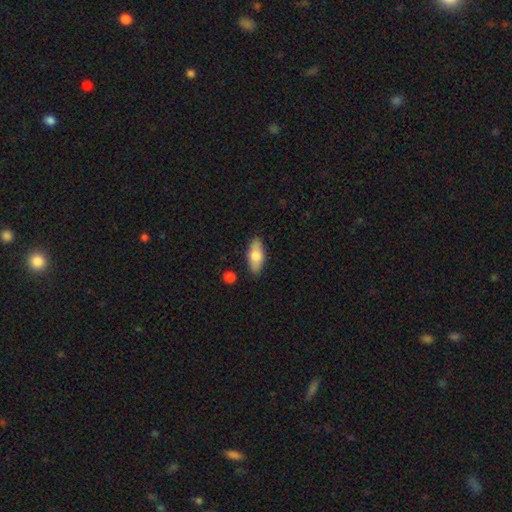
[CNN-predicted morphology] smooth 73%, featured or disk 21%, star or artifact 6%. Down the decision tree: how rounded — in between (80%); merging — none (85%).